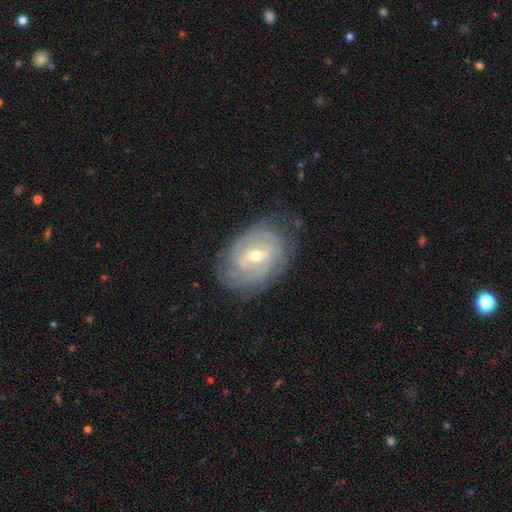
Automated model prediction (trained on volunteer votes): smooth_or_featured: featured or disk (p=0.85) [alt: smooth p=0.10]
disk_edge_on: no (p=0.95) [alt: yes p=0.05]
bar: weak (p=0.53) [alt: strong p=0.27]
has_spiral_arms: yes (p=0.91) [alt: no p=0.09]
spiral_winding: tight (p=0.75) [alt: medium p=0.20]
spiral_arm_count: can't tell (p=0.45) [alt: 2 p=0.19]
bulge_size: moderate (p=0.55) [alt: small p=0.41]
merging: none (p=0.76) [alt: minor disturbance p=0.17]